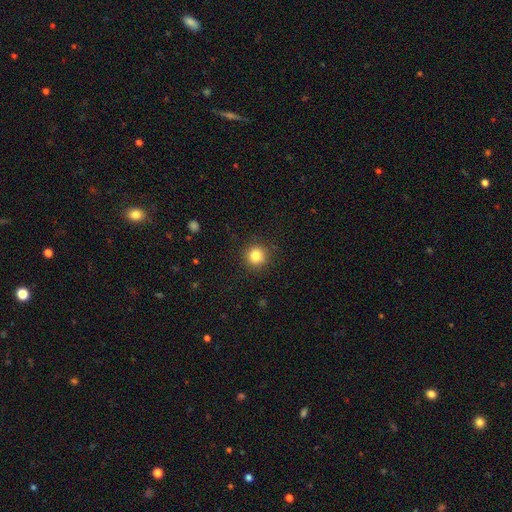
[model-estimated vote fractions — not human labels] Q: Smooth or featured?
A: smooth (83%); runner-up: star or artifact (11%)
Q: How rounded?
A: round (94%); runner-up: in between (5%)
Q: Merging?
A: none (90%); runner-up: minor disturbance (7%)